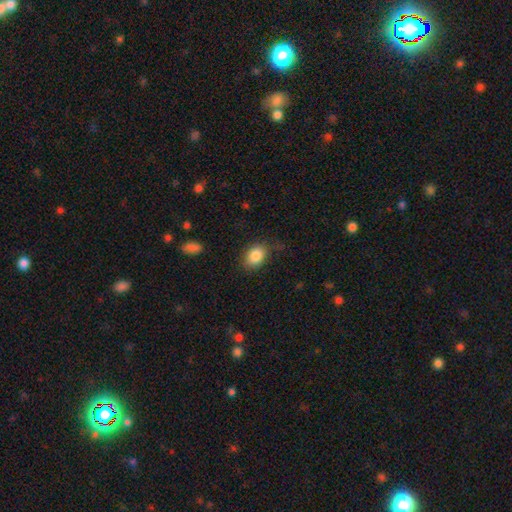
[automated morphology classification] smooth_or_featured: smooth (p=0.86) [alt: star or artifact p=0.08]
how_rounded: in between (p=0.68) [alt: round p=0.31]
merging: none (p=0.75) [alt: minor disturbance p=0.18]